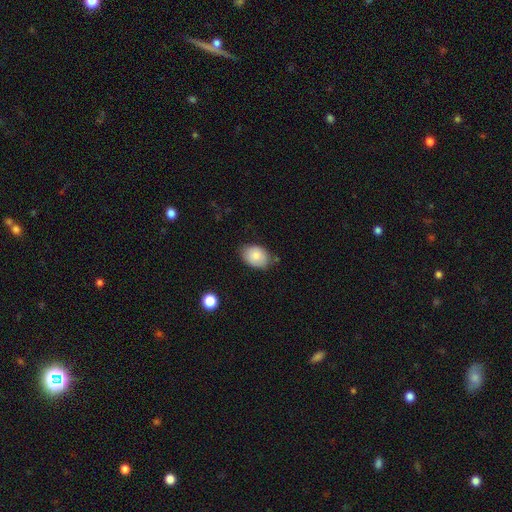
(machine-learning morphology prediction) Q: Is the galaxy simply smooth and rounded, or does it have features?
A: smooth — 83%.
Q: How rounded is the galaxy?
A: in between — 80%.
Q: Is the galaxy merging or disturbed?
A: none — 74%.